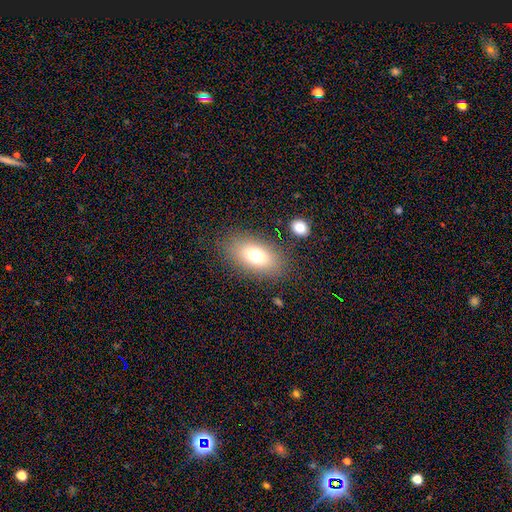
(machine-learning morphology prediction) A smooth galaxy with no disk features (74%) that is in between round and cigar-shaped (89%). Merging: none (82%).